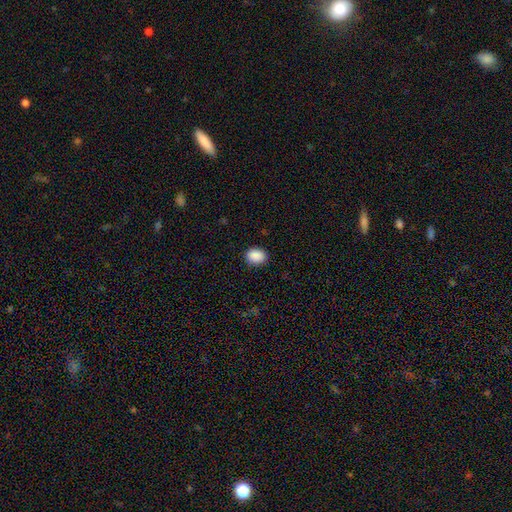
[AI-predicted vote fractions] smooth 90%, star or artifact 8%, featured or disk 2%. Down the decision tree: how rounded — in between (63%); merging — none (89%).